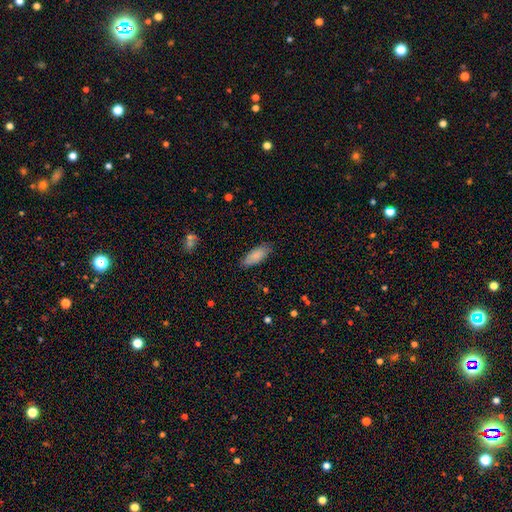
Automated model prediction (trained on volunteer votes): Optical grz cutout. It shows a smooth galaxy with no disk features (86%) that is in between round and cigar-shaped (80%). Merging: none (81%).